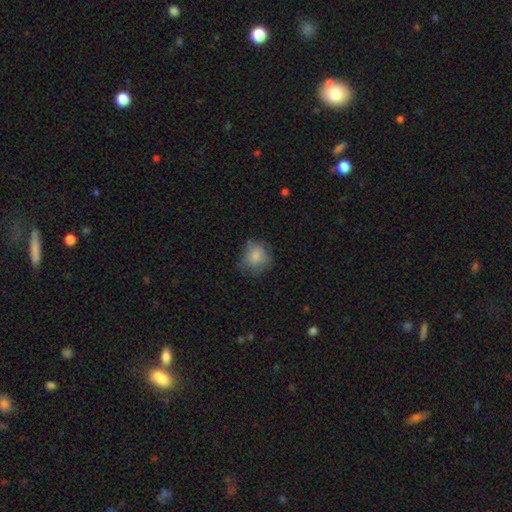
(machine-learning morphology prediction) The model was most divided on "merging": none: 58%, minor disturbance: 29%, major disturbance: 11%, merger: 2%. More confident: smooth or featured — smooth (79%); how rounded — round (75%).